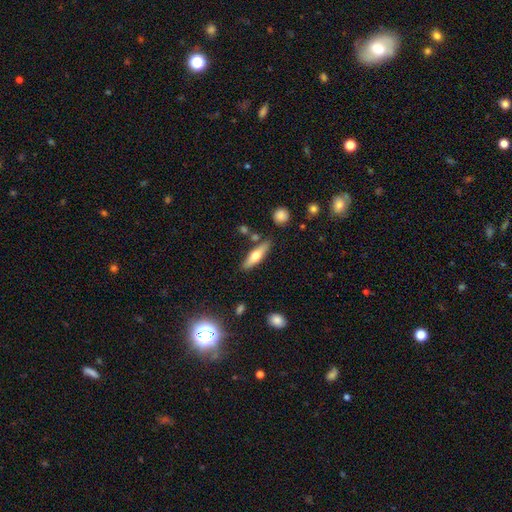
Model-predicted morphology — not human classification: This appears to be a smooth galaxy with no disk features (52%) that is cigar-shaped (63%). Merging: none (80%).